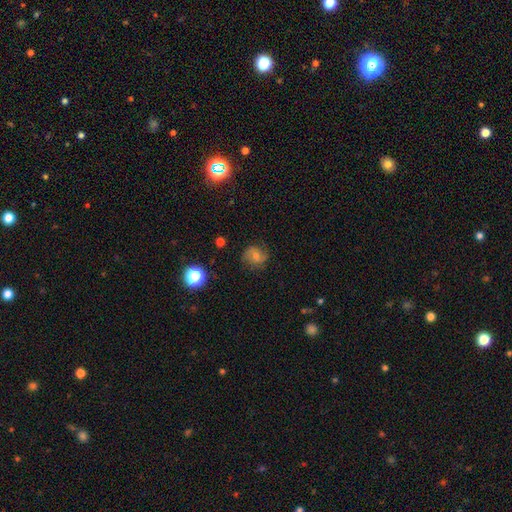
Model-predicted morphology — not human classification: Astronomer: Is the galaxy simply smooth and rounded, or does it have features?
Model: featured or disk — 54%.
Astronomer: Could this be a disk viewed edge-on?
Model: no — 97%.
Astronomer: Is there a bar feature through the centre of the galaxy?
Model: no — 58% (runner-up: weak, 34%).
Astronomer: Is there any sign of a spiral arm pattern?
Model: yes — 89%.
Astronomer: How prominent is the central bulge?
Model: moderate — 49% (runner-up: small, 43%).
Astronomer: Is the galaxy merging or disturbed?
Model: none — 78%.